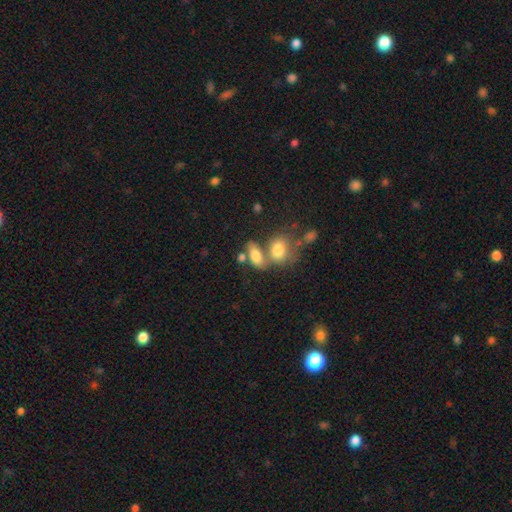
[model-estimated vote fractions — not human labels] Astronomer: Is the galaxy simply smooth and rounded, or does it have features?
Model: smooth — 77%.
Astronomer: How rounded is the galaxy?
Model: in between — 83%.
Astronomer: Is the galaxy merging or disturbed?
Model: merger — 49% (runner-up: none, 33%).